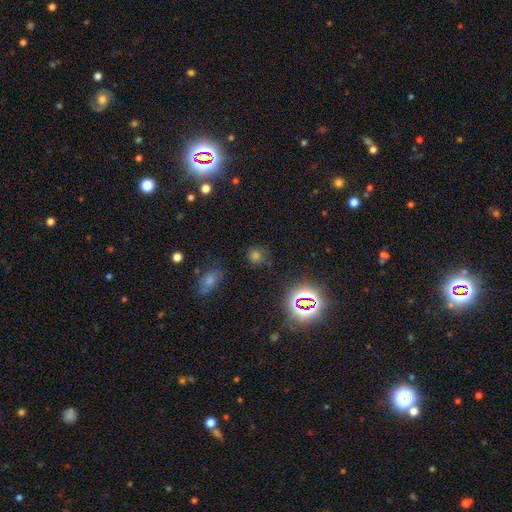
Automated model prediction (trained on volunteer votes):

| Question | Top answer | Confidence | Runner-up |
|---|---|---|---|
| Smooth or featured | smooth | 66% | star or artifact (28%) |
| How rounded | round | 84% | in between (15%) |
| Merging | none | 83% | minor disturbance (10%) |